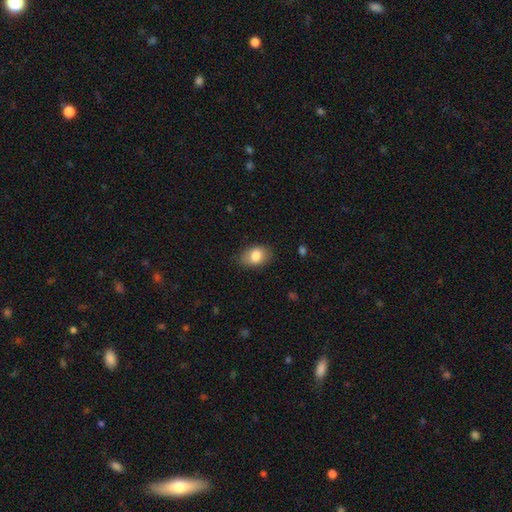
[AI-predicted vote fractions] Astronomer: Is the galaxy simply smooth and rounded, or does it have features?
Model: smooth — 83%.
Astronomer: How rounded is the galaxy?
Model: in between — 85%.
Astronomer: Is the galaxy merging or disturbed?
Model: none — 79%.